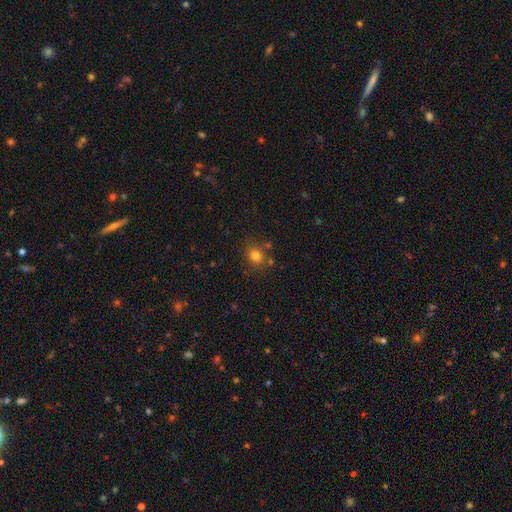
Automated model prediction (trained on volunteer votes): Smooth or featured? smooth (78%)
How rounded? round (77%)
Merging? none (77%)